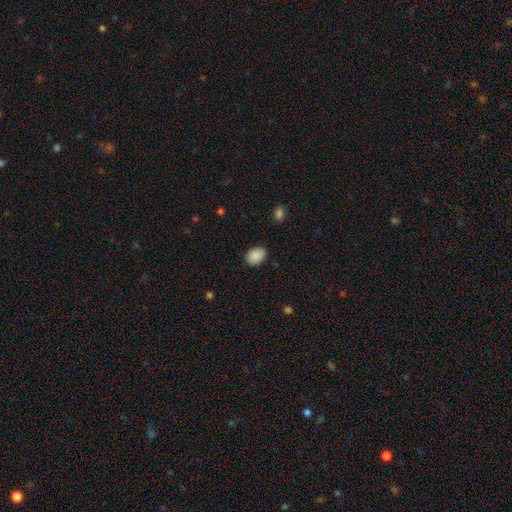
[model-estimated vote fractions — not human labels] smooth_or_featured: smooth (p=0.89) [alt: star or artifact p=0.07]
how_rounded: in between (p=0.74) [alt: round p=0.25]
merging: none (p=0.86) [alt: minor disturbance p=0.11]